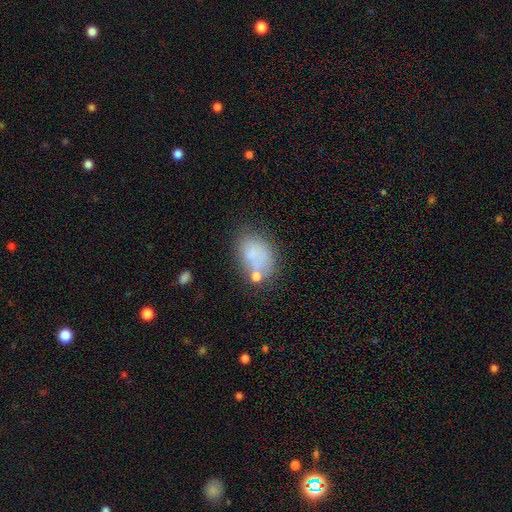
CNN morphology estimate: type=smooth (66%); roundness=in between (76%); merging=none (50%).